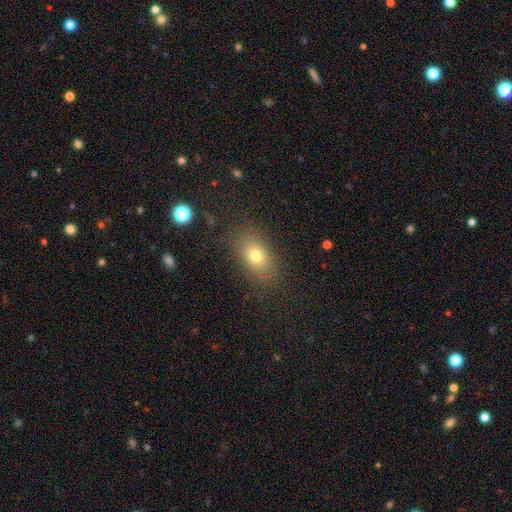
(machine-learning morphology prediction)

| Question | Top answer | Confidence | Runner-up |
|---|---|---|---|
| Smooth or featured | smooth | 73% | featured or disk (14%) |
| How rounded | in between | 80% | round (16%) |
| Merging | none | 82% | minor disturbance (12%) |